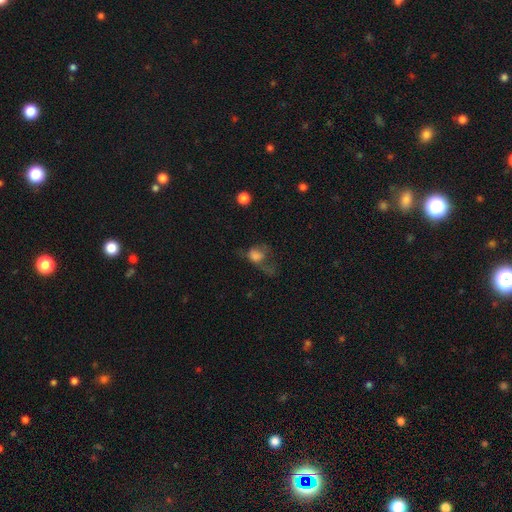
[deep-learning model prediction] smooth_or_featured: smooth (p=0.66) [alt: featured or disk p=0.21]
how_rounded: round (p=0.49) [tied with: in between p=0.49]
merging: major disturbance (p=0.53) [alt: none p=0.24]